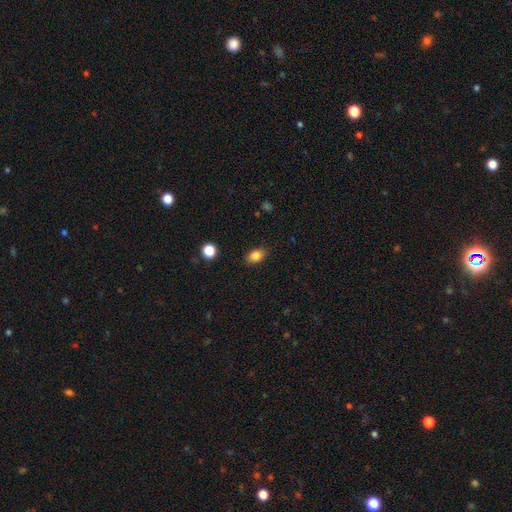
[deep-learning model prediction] Smooth or featured?
  - smooth: 83% *
  - star or artifact: 10%
  - featured or disk: 7%
How rounded?
  - in between: 76% *
  - round: 23%
  - cigar-shaped: 2%
Merging?
  - none: 87% *
  - minor disturbance: 10%
  - major disturbance: 2%
  - merger: 1%